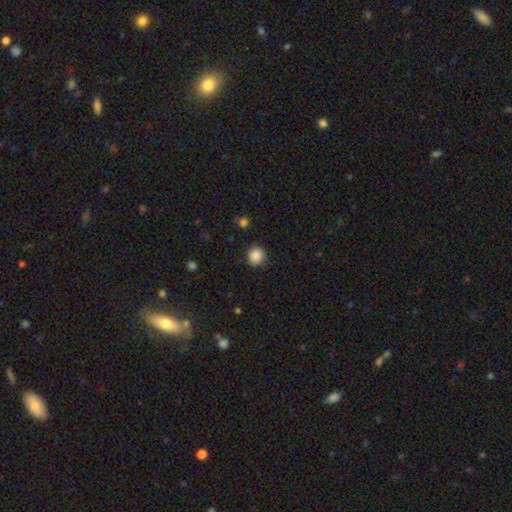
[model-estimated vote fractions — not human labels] Overall: smooth (87%). How rounded: round (92%). Merging: none (89%).